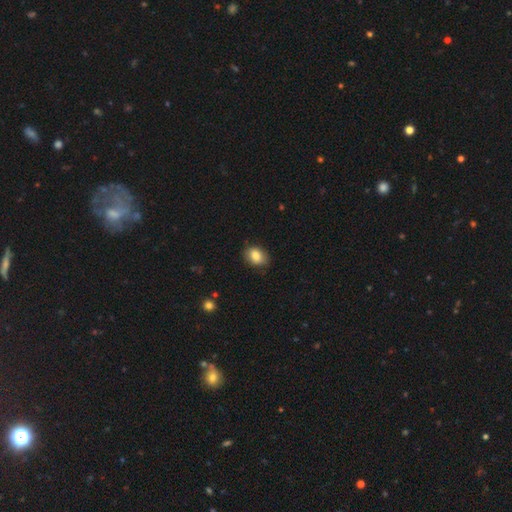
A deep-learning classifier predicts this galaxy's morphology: Overall: smooth (83%). How rounded: in between (70%). Merging: none (81%).